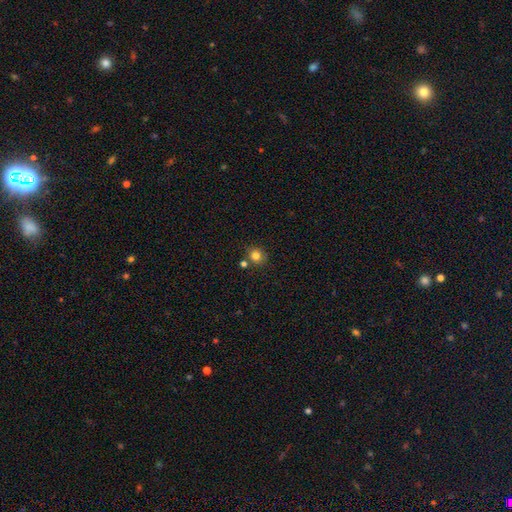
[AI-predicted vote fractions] This is clearly a smooth galaxy (82%). How rounded: clearly round (84%). Merging: likely none (78%).